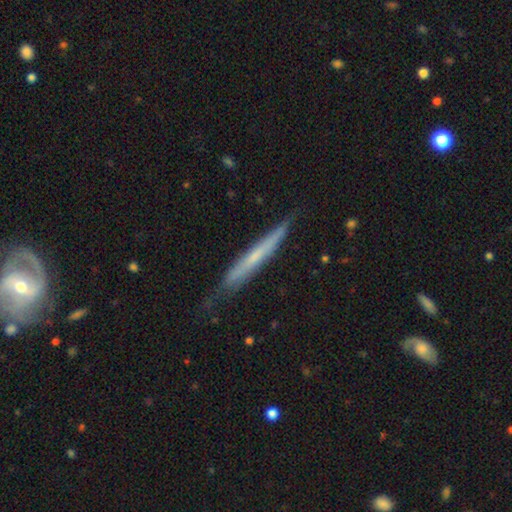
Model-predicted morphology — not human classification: smooth_or_featured: featured or disk (p=0.52) [alt: smooth p=0.42]
disk_edge_on: yes (p=0.92) [alt: no p=0.08]
merging: none (p=0.74) [alt: minor disturbance p=0.21]